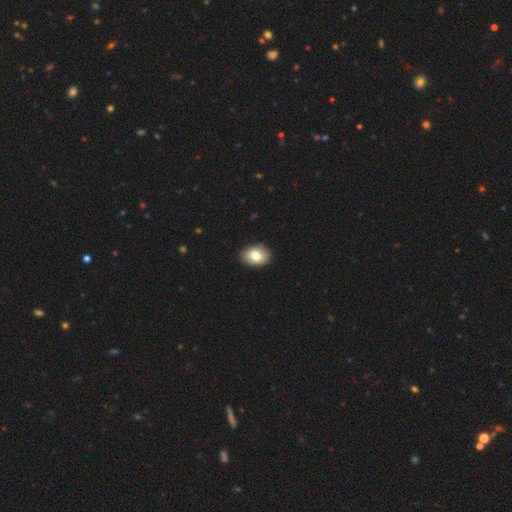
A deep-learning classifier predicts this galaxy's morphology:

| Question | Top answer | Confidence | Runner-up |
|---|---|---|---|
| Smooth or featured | smooth | 81% | featured or disk (12%) |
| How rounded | in between | 80% | round (19%) |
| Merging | none | 89% | minor disturbance (9%) |